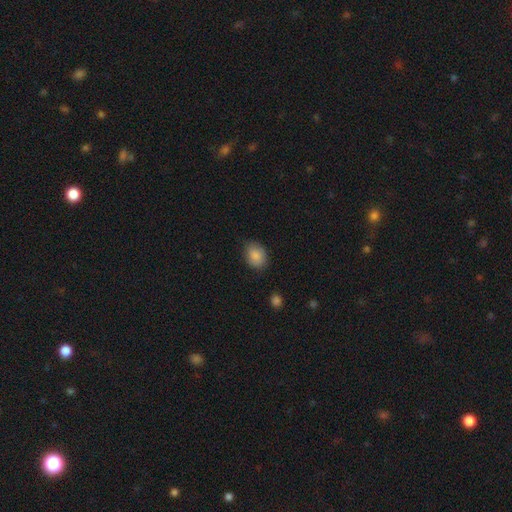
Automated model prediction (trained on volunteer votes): Smooth or featured: smooth — 87% (star or artifact — 7%)
How rounded: in between — 69% (round — 30%)
Merging: none — 79% (minor disturbance — 16%)